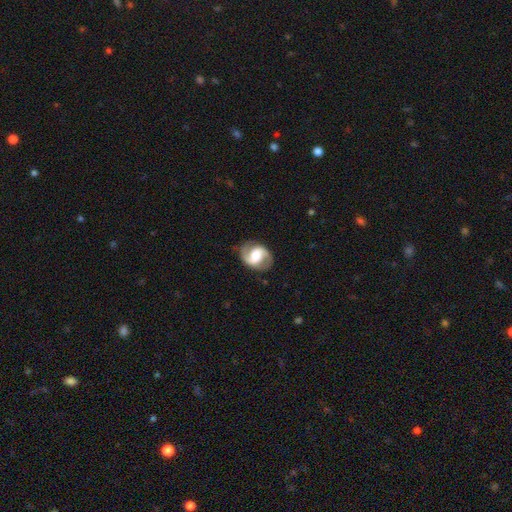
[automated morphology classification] Smooth or featured? Predicted: featured or disk (p=0.81). Edge-on disk? Predicted: no (p=0.98). Bar? Predicted: weak (p=0.43). Spiral arms? Predicted: yes (p=0.94). Spiral winding? Predicted: medium (p=0.51). Spiral arm count? Predicted: 2 (p=0.92). Bulge size? Predicted: large (p=0.39). Merging? Predicted: none (p=0.81).